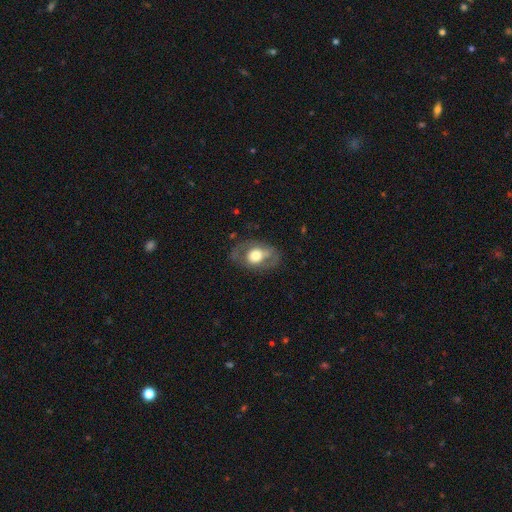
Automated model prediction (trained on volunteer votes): Q: Smooth or featured?
A: featured or disk (50%); runner-up: smooth (44%)
Q: Merging?
A: none (70%); runner-up: minor disturbance (17%)